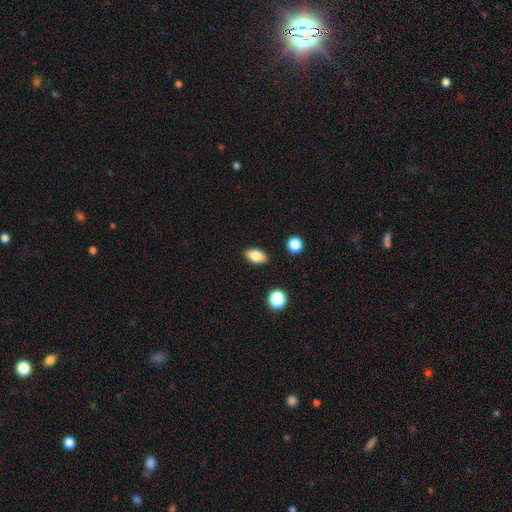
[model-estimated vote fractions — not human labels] Morphology: type=smooth (82%); roundness=in between (89%); merging=none (87%).